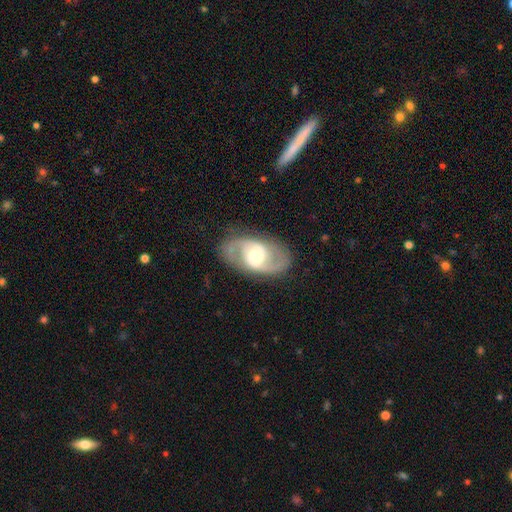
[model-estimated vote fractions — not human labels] smooth-or-featured: featured or disk: 82% | smooth: 13% | star or artifact: 5%
  disk-edge-on: no: 95% | yes: 5%
    bar: weak: 42% | no: 34% | strong: 24%
    has-spiral-arms: yes: 88% | no: 12%
      spiral-winding: medium: 53% | loose: 25% | tight: 23%
      spiral-arm-count: 2: 90% | can't tell: 5% | 1: 2% | 3: 1% | 4: 1% | more than 4: 1%
    bulge-size: moderate: 60% | small: 22% | large: 15% | dominant: 2% | none: 1%
  merging: none: 83% | minor disturbance: 11% | major disturbance: 5% | merger: 1%